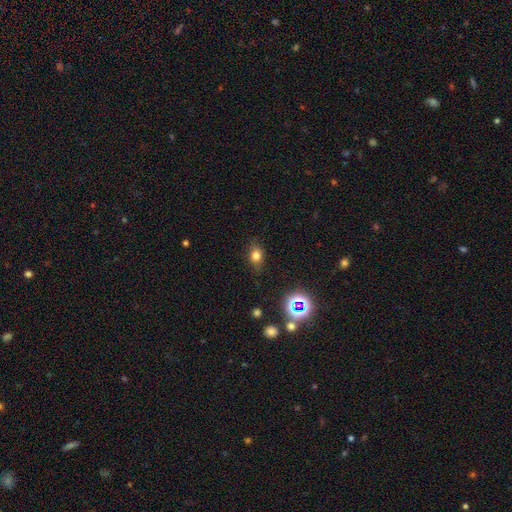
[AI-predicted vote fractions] Smooth or featured? Predicted: smooth (p=0.74). How rounded? Predicted: in between (p=0.62). Merging? Predicted: none (p=0.82).